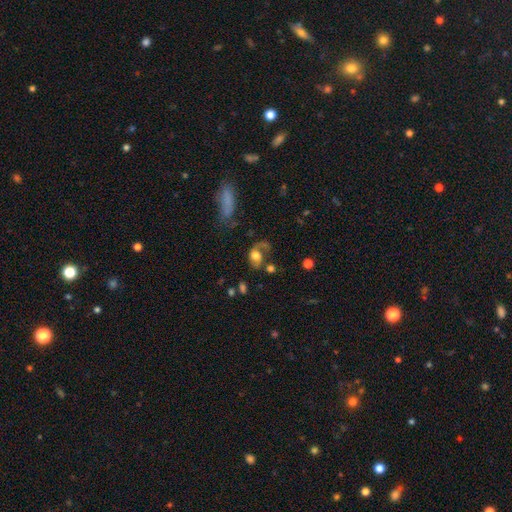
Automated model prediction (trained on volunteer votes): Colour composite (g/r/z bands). It shows a featured or disk galaxy (46%). Merging: major disturbance (40%).